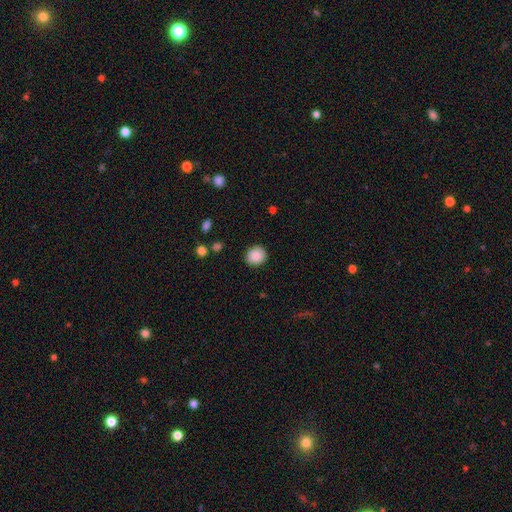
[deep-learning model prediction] Smooth or featured? Predicted: smooth (p=0.89). How rounded? Predicted: round (p=0.86). Merging? Predicted: none (p=0.89).